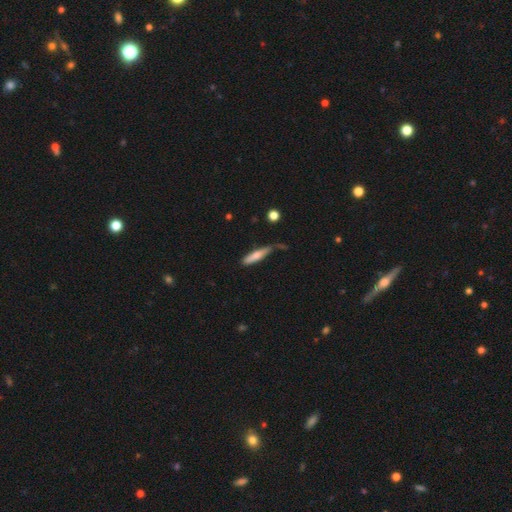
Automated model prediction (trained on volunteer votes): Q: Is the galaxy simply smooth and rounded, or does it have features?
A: smooth — 68%.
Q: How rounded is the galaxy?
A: cigar-shaped — 83%.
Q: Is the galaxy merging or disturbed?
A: none — 59%.